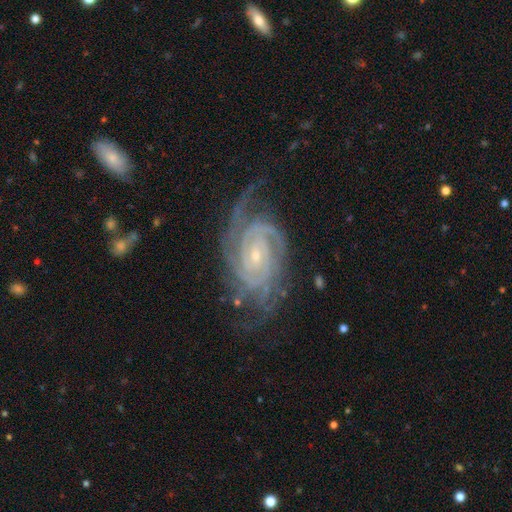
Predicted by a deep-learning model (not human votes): featured or disk 92%, star or artifact 5%, smooth 3%. Down the decision tree: edge-on disk — no (97%); bar — no (62%); spiral arms — yes (99%); spiral arm count — 2 (27%); spiral winding — tight (75%); bulge size — small (79%); merging — none (68%).